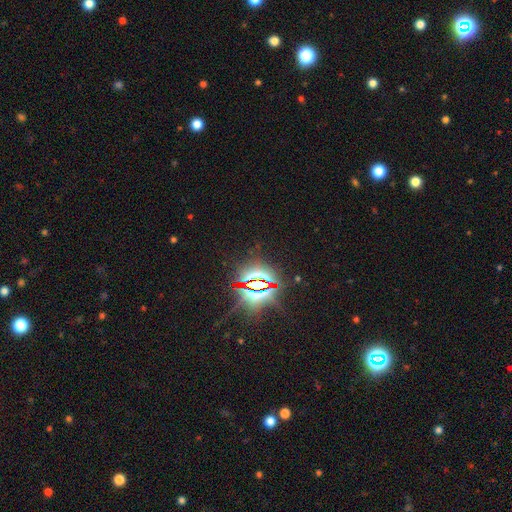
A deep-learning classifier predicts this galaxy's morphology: Smooth or featured? star or artifact (85%)